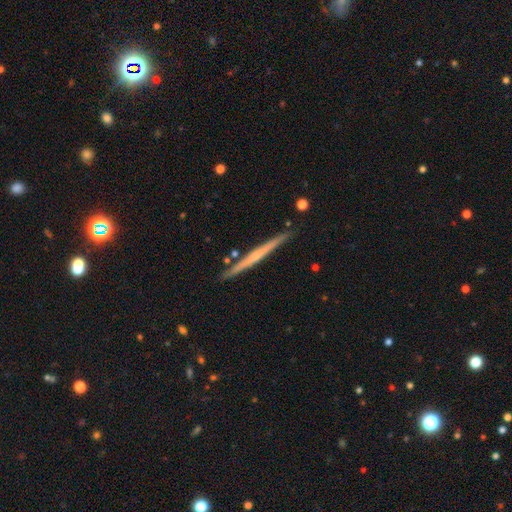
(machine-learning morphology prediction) Smooth or featured? Predicted: featured or disk (p=0.61). Edge-on disk? Predicted: yes (p=0.98). Edge-on bulge? Predicted: none (p=0.70). Merging? Predicted: none (p=0.89).